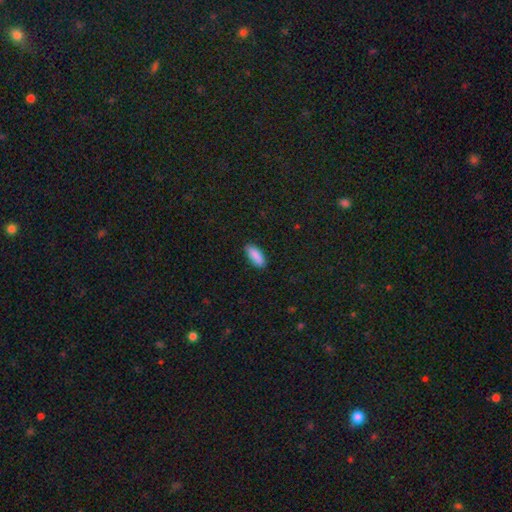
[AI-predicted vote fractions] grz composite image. It shows a smooth galaxy with no disk features (89%) that is in between round and cigar-shaped (73%). Merging: none (87%).